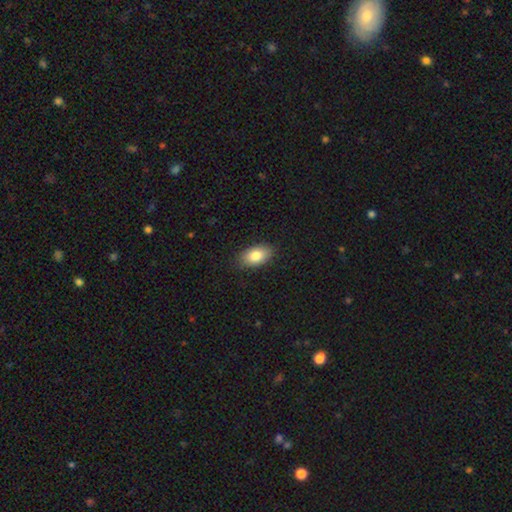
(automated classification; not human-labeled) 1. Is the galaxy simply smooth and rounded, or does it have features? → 82% smooth, 11% featured or disk, 7% star or artifact.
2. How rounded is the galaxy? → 92% in between, 6% round, 2% cigar-shaped.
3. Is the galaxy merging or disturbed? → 86% none, 11% minor disturbance, 2% major disturbance, 1% merger.